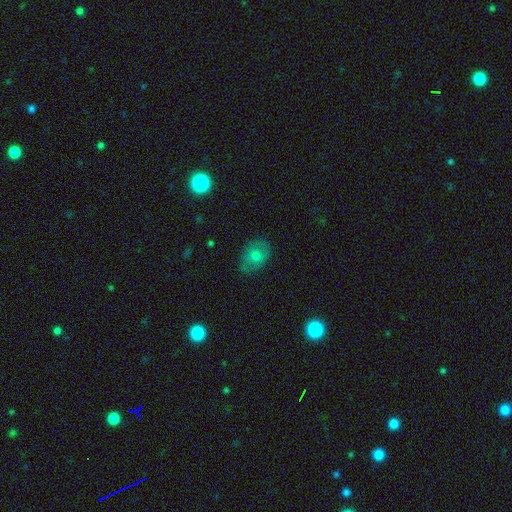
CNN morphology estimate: Smooth or featured? Predicted: smooth (p=0.69). How rounded? Predicted: in between (p=0.67). Merging? Predicted: none (p=0.76).